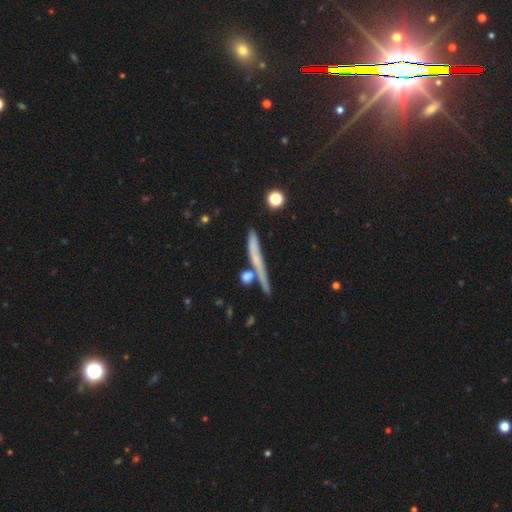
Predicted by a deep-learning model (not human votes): Smooth or featured: smooth — 45% (featured or disk — 43%)
Merging: none — 65% (minor disturbance — 15%)